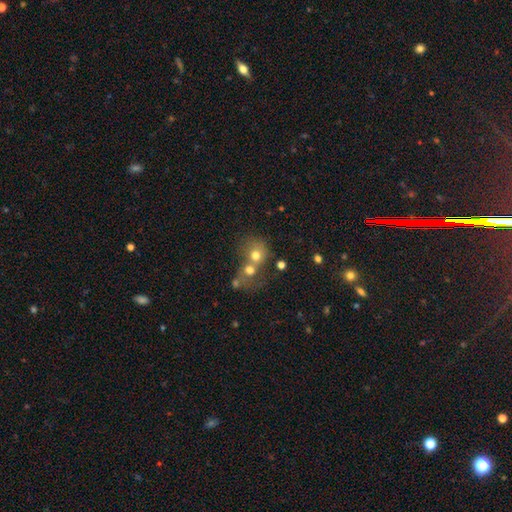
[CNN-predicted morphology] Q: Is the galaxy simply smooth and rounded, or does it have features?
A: smooth — 67%.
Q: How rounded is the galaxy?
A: round — 73%.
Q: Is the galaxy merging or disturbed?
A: merger — 69%.